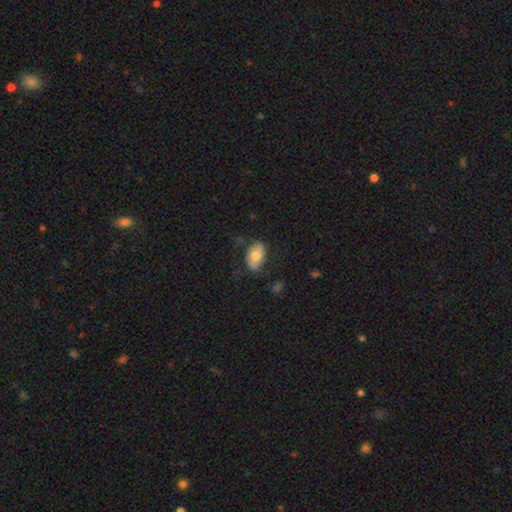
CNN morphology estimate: Smooth or featured?
  - smooth: 68% *
  - featured or disk: 25%
  - star or artifact: 7%
How rounded?
  - in between: 90% *
  - round: 9%
  - cigar-shaped: 1%
Merging?
  - none: 68% *
  - minor disturbance: 21%
  - major disturbance: 8%
  - merger: 2%